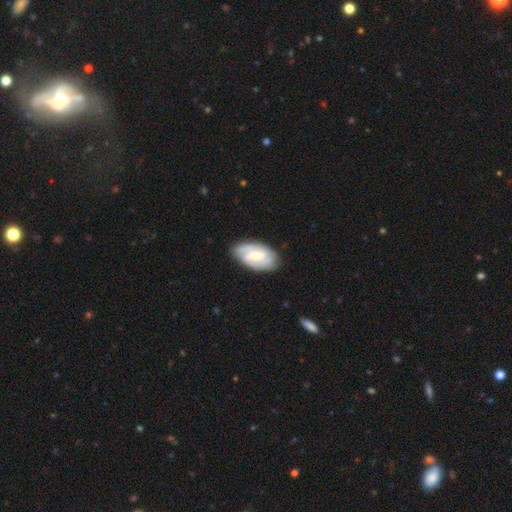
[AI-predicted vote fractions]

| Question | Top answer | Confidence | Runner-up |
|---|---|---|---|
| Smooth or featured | featured or disk | 75% | smooth (20%) |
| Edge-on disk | no | 96% | yes (4%) |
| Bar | weak | 53% | no (25%) |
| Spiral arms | yes | 92% | no (8%) |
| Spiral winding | tight | 44% | medium (41%) |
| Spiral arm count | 2 | 42% | can't tell (24%) |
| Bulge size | moderate | 48% | small (45%) |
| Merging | none | 79% | minor disturbance (16%) |